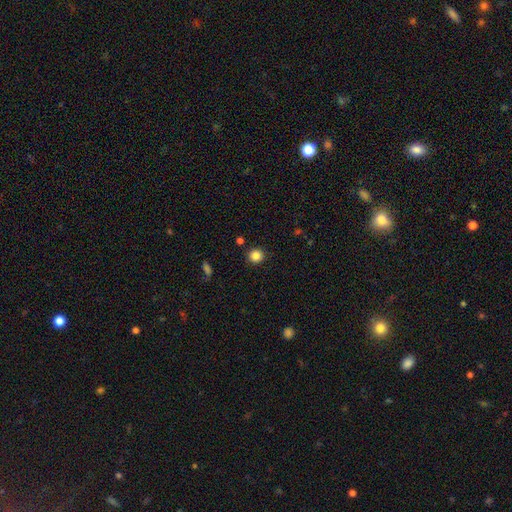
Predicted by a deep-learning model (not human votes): smooth-or-featured: smooth: 85% | star or artifact: 11% | featured or disk: 4%
  how-rounded: round: 92% | in between: 7% | cigar-shaped: 1%
  merging: none: 90% | minor disturbance: 6% | major disturbance: 2% | merger: 2%